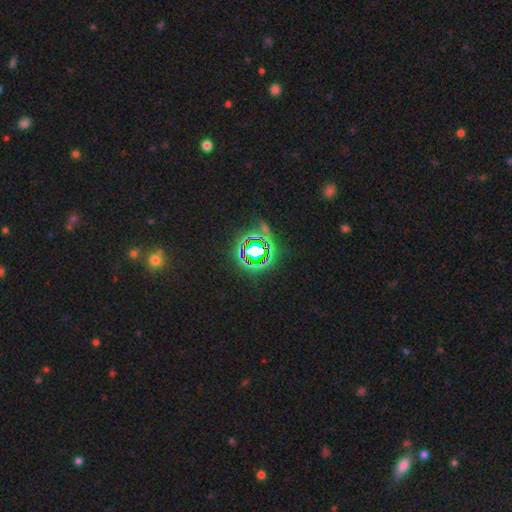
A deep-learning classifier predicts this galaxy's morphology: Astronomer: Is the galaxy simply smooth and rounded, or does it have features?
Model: star or artifact — 70%.